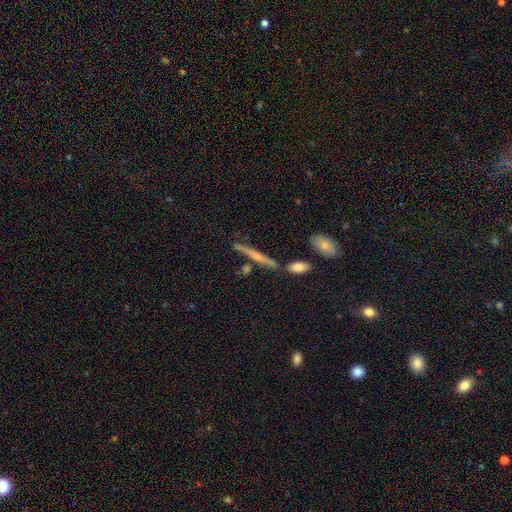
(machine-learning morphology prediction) featured or disk 48%, smooth 45%, star or artifact 7%. Down the decision tree: merging — none (71%).